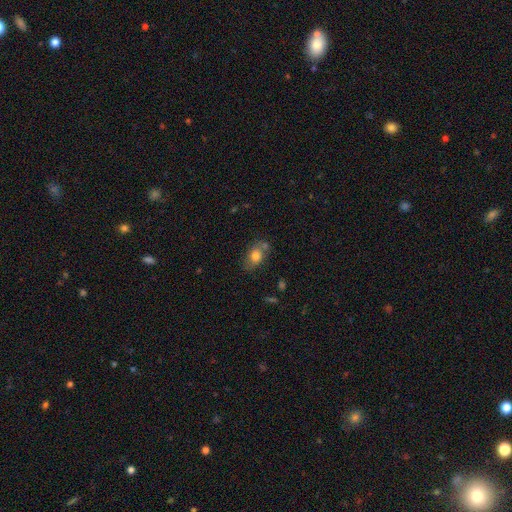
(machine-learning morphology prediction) Smooth or featured: smooth — 75% (featured or disk — 16%)
How rounded: in between — 76% (round — 21%)
Merging: none — 58% (minor disturbance — 21%)